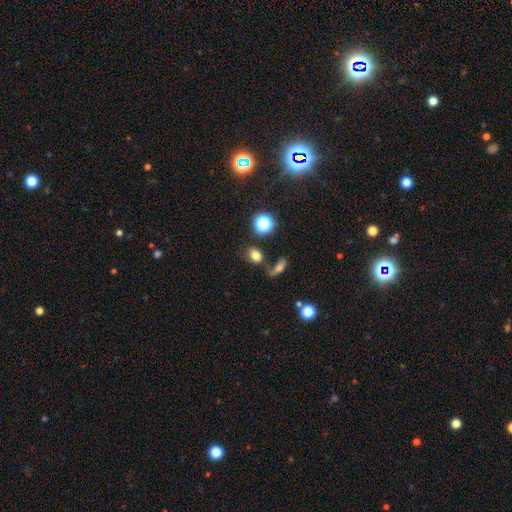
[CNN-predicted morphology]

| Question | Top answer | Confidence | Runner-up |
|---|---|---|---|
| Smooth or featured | smooth | 74% | star or artifact (16%) |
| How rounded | in between | 64% | round (33%) |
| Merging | none | 57% | merger (21%) |